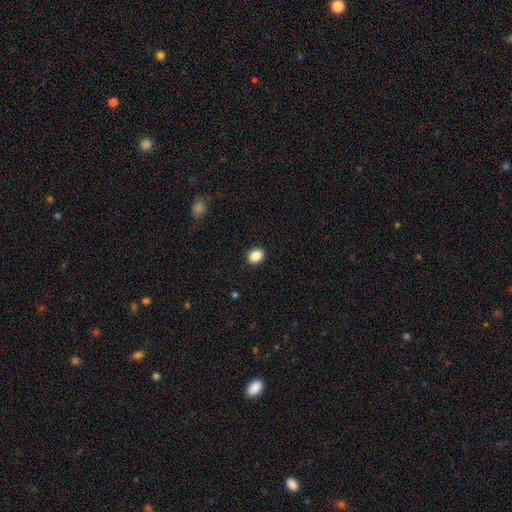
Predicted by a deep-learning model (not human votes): Q: Smooth or featured?
A: smooth (88%); runner-up: star or artifact (8%)
Q: How rounded?
A: in between (62%); runner-up: round (37%)
Q: Merging?
A: none (91%); runner-up: minor disturbance (7%)